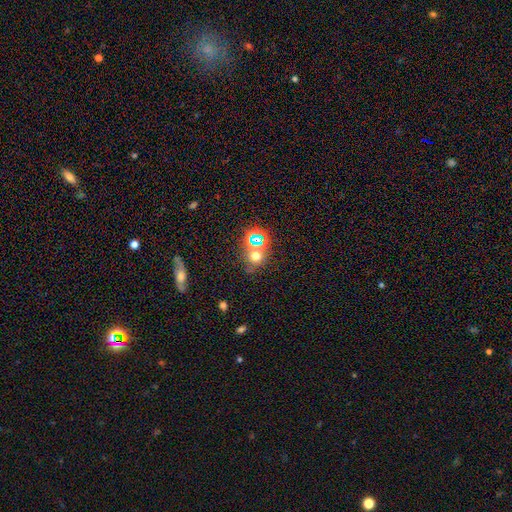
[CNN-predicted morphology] type=smooth (55%); roundness=round (82%); merging=none (64%).